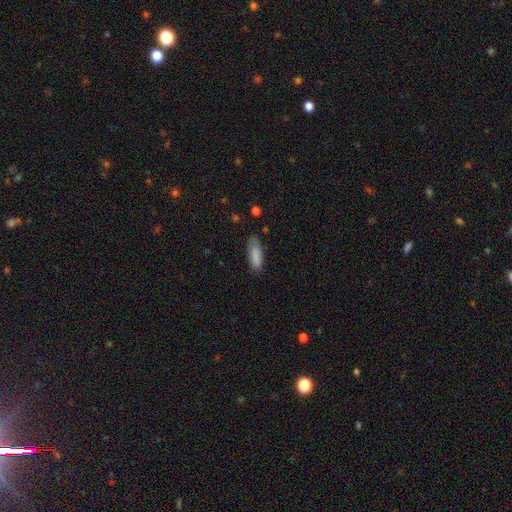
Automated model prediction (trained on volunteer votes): smooth_or_featured: smooth (p=0.85) [alt: featured or disk p=0.08]
how_rounded: in between (p=0.58) [alt: cigar-shaped p=0.40]
merging: none (p=0.71) [alt: minor disturbance p=0.22]